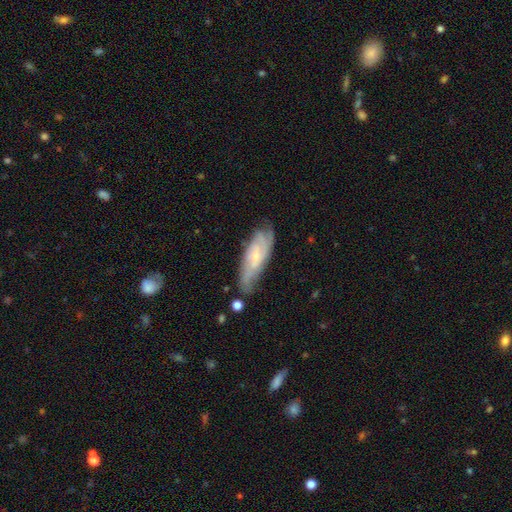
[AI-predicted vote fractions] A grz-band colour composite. It shows a featured or disk galaxy (70%) with no bar (64%), tight (48%) spiral arms (90%) and a small central bulge (70%). Merging: none (66%).